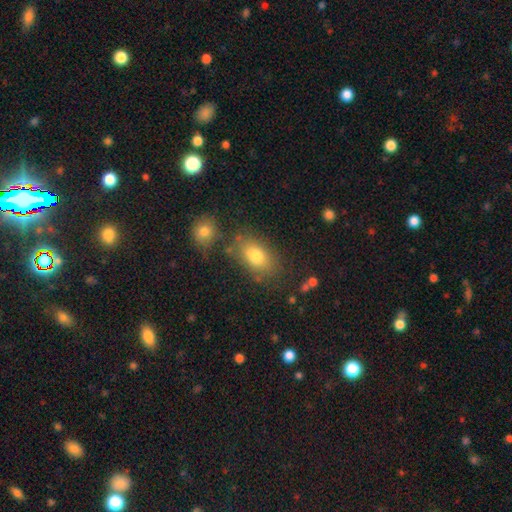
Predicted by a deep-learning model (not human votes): smooth-or-featured: smooth: 78% | featured or disk: 12% | star or artifact: 10%
  how-rounded: in between: 85% | round: 12% | cigar-shaped: 2%
  merging: none: 70% | minor disturbance: 15% | merger: 10% | major disturbance: 5%